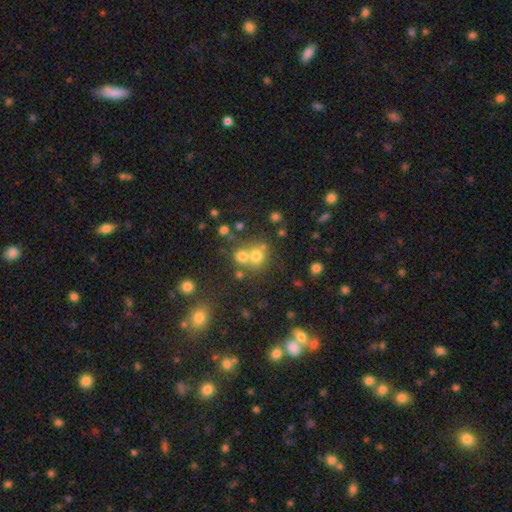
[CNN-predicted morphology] Smooth or featured? smooth (68%)
How rounded? round (83%)
Merging? none (46%)